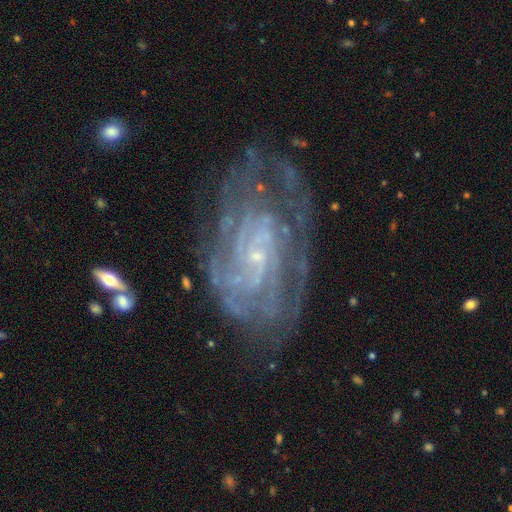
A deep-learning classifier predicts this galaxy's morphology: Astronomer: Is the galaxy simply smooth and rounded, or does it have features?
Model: featured or disk — 84%.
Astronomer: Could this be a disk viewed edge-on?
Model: no — 96%.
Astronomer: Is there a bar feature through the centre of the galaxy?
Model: no — 65%.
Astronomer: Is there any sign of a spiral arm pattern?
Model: yes — 92%.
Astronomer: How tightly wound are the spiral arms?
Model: tight — 68%.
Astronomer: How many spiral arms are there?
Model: can't tell — 42%.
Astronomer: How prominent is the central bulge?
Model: small — 84%.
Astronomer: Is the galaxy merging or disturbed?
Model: none — 67%.